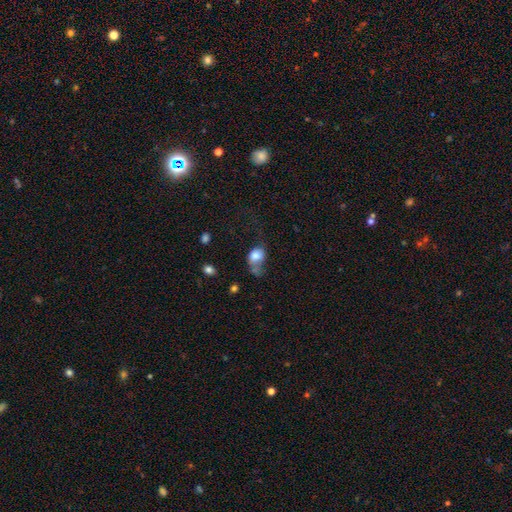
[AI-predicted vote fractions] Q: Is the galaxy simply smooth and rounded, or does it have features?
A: smooth — 79%.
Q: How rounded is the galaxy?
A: in between — 60%.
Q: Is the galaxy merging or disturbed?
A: none — 27%.